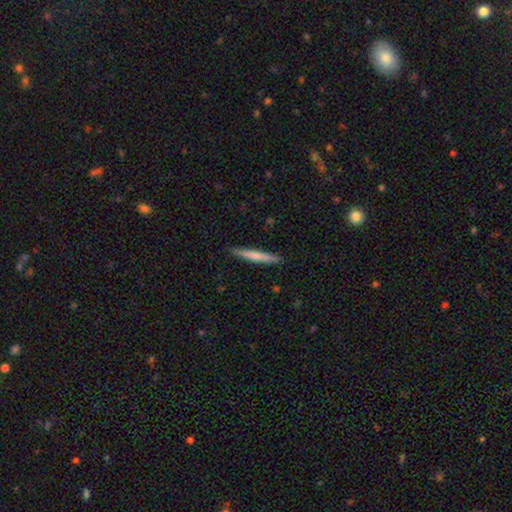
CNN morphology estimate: A smooth galaxy with no disk features (69%) that is cigar-shaped (96%).

Vote fractions:
- Smooth or featured? smooth: 69% / featured or disk: 26% / star or artifact: 5%
- How rounded? cigar-shaped: 96% / in between: 3% / round: 1%
- Merging? none: 89% / minor disturbance: 8% / major disturbance: 2% / merger: 1%